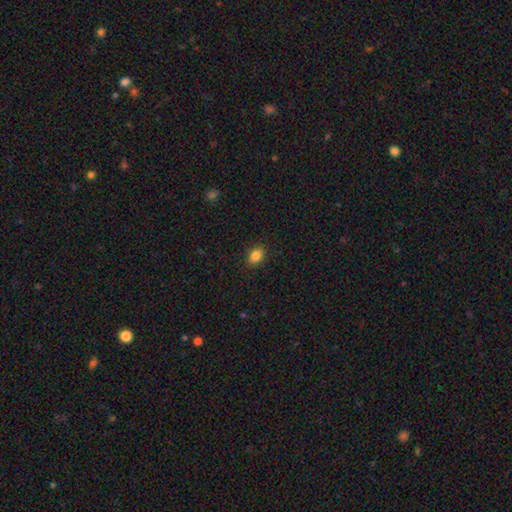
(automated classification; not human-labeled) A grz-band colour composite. It shows a smooth galaxy with no disk features (85%) that is in between round and cigar-shaped (57%). Merging: none (90%).